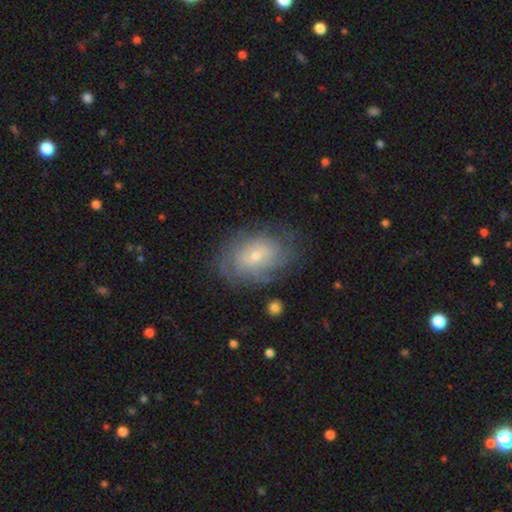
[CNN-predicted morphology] Smooth or featured? featured or disk (65%)
Edge-on disk? no (96%)
Bar? no (71%)
Spiral arms? yes (80%)
Bulge size? small (71%)
Merging? none (70%)